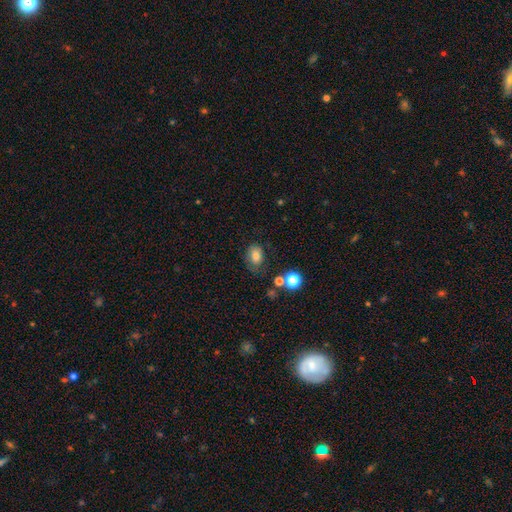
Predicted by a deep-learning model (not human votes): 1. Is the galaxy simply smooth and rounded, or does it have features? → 76% smooth, 13% featured or disk, 11% star or artifact.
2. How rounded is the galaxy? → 76% in between, 22% round, 1% cigar-shaped.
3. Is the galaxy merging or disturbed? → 61% none, 24% minor disturbance, 10% major disturbance, 5% merger.